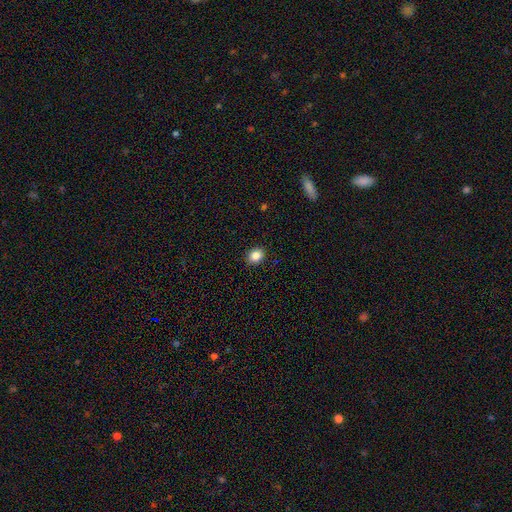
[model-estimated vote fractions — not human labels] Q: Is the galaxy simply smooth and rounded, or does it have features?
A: smooth — 85%.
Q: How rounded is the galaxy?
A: round — 51%.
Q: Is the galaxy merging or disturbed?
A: none — 89%.